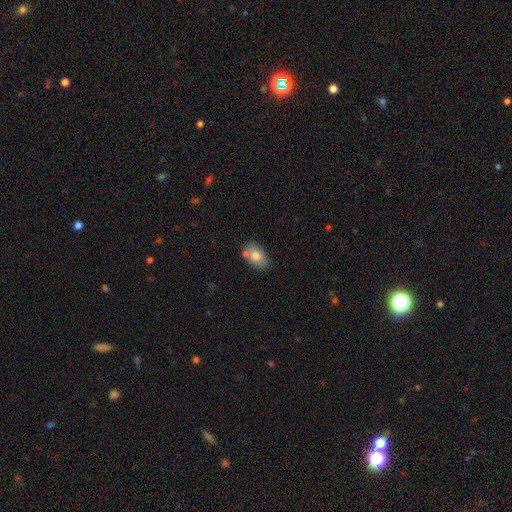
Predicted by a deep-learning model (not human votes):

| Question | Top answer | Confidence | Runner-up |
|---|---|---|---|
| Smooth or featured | smooth | 77% | featured or disk (15%) |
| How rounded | in between | 89% | round (10%) |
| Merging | none | 63% | minor disturbance (18%) |